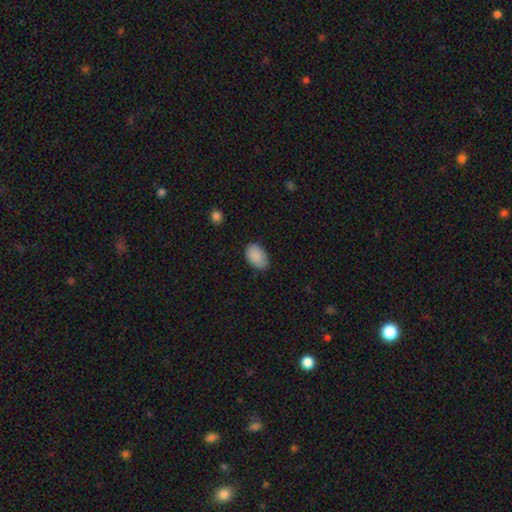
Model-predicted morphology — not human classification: Q: Smooth or featured?
A: smooth (89%); runner-up: star or artifact (7%)
Q: How rounded?
A: in between (89%); runner-up: round (10%)
Q: Merging?
A: none (77%); runner-up: minor disturbance (19%)